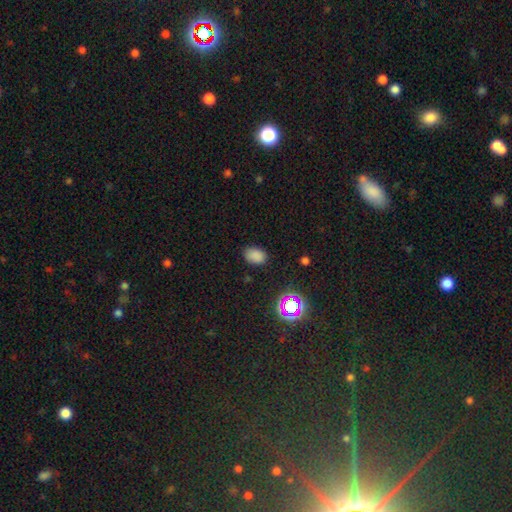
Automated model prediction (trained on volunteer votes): A smooth galaxy with no disk features (79%) that is in between round and cigar-shaped (83%). Merging: none (82%).